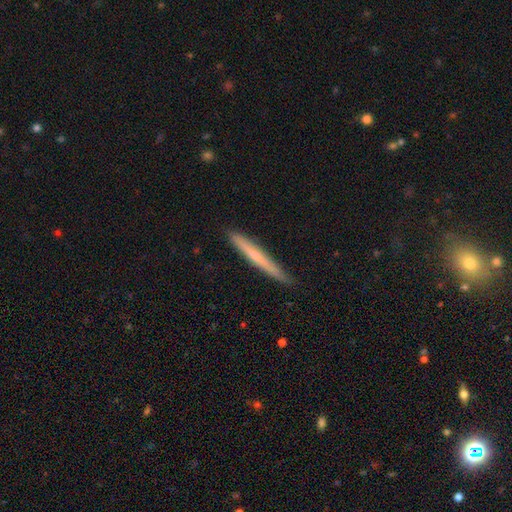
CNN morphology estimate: A smooth galaxy with no disk features (51%) that is cigar-shaped (97%).

Vote fractions:
- Smooth or featured? smooth: 51% / featured or disk: 43% / star or artifact: 6%
- How rounded? cigar-shaped: 97% / in between: 2% / round: 1%
- Merging? none: 89% / minor disturbance: 9% / major disturbance: 1% / merger: 1%